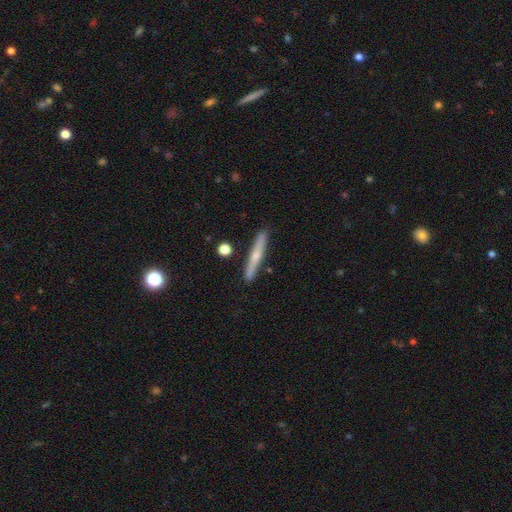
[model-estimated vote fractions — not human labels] A featured or disk galaxy (50%). Merging: none (88%).